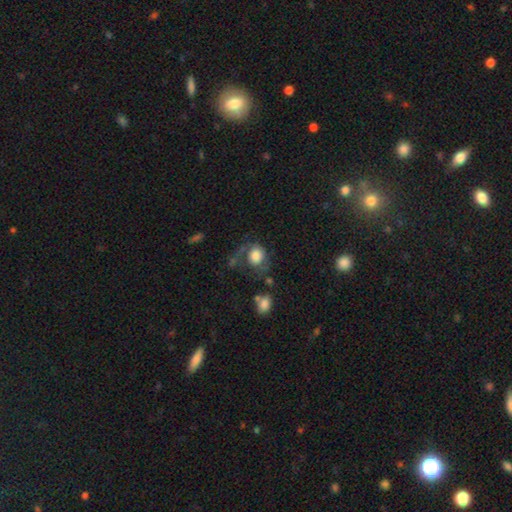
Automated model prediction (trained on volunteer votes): A smooth galaxy with no disk features (64%) that is round (66%).

Vote fractions:
- Smooth or featured? smooth: 64% / featured or disk: 27% / star or artifact: 9%
- How rounded? round: 66% / in between: 33% / cigar-shaped: 1%
- Merging? major disturbance: 37% / none: 35% / minor disturbance: 20% / merger: 8%